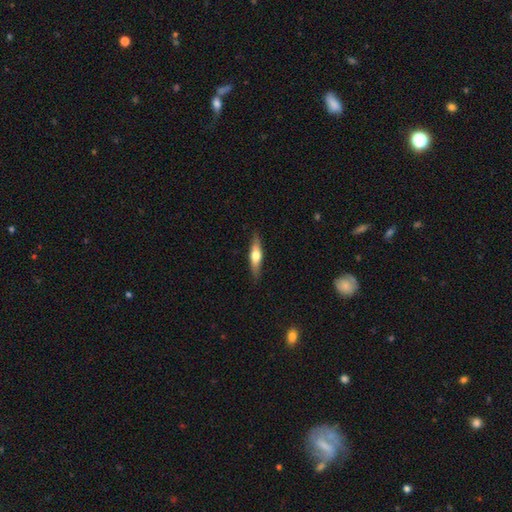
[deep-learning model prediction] This is possibly a featured or disk galaxy (50%). Merging: clearly none (87%).